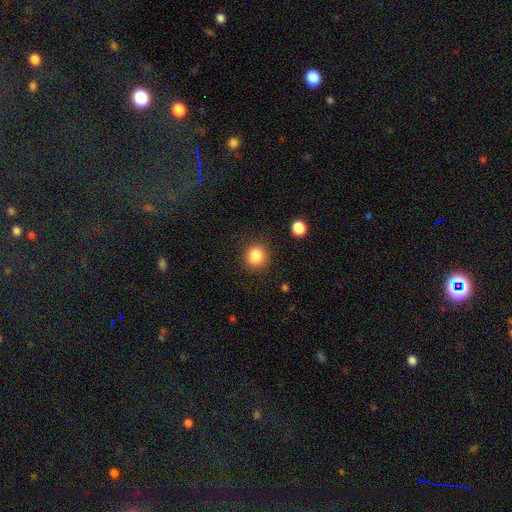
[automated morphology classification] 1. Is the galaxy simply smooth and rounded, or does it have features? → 86% smooth, 10% star or artifact, 4% featured or disk.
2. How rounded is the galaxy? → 87% round, 12% in between, 1% cigar-shaped.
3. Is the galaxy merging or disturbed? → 86% none, 9% minor disturbance, 3% major disturbance, 2% merger.